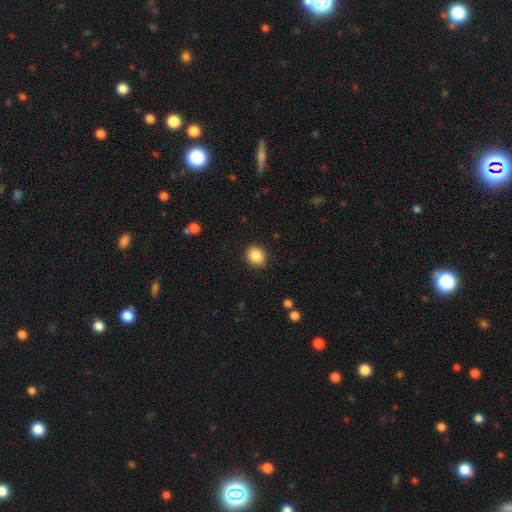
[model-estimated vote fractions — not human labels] A smooth galaxy with no disk features (87%) that is round (75%). Merging: none (90%).